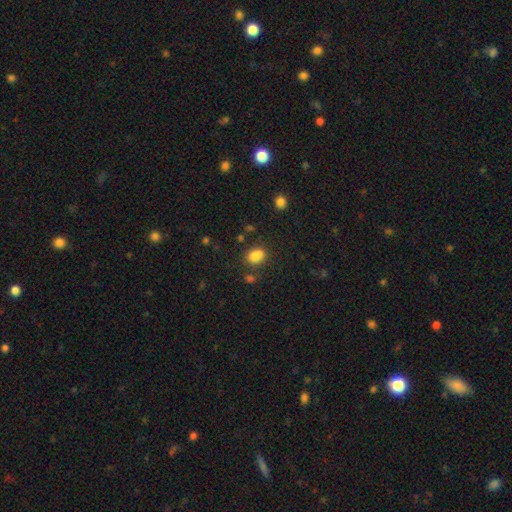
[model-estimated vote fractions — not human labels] This is clearly a smooth galaxy (82%). How rounded: likely in between (71%). Merging: likely none (62%).